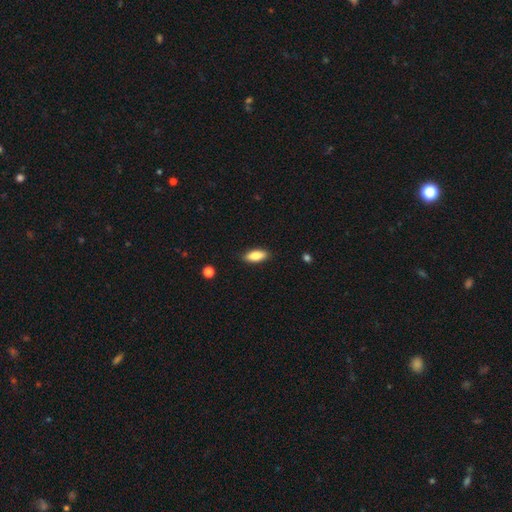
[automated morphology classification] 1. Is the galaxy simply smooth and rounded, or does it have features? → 83% smooth, 11% featured or disk, 7% star or artifact.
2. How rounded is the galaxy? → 82% in between, 16% cigar-shaped, 2% round.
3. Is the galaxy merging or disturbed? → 88% none, 9% minor disturbance, 2% major disturbance, 1% merger.